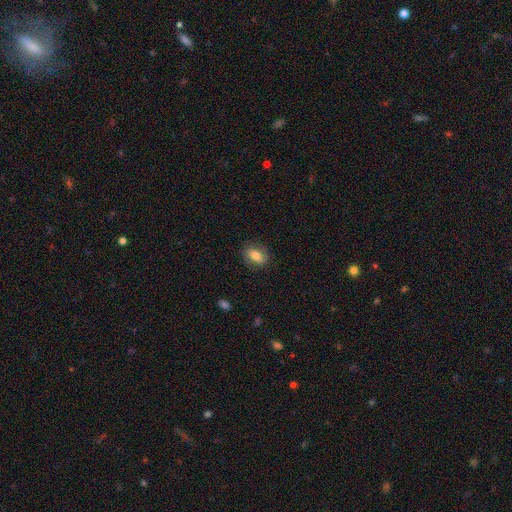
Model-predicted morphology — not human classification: Q: Smooth or featured?
A: smooth (72%); runner-up: featured or disk (20%)
Q: How rounded?
A: in between (77%); runner-up: round (19%)
Q: Merging?
A: none (81%); runner-up: minor disturbance (14%)